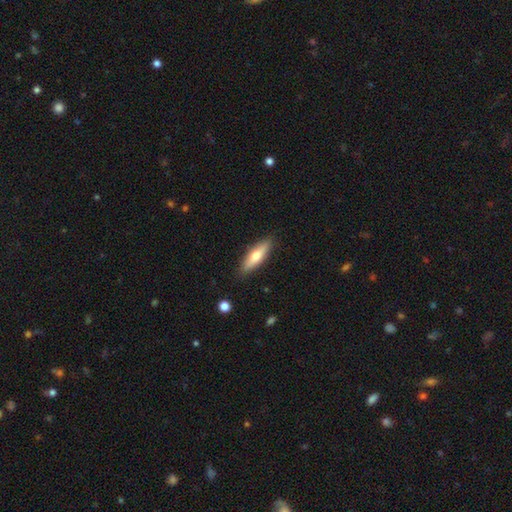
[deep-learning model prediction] Q: Smooth or featured?
A: smooth (57%); runner-up: featured or disk (37%)
Q: How rounded?
A: cigar-shaped (58%); runner-up: in between (40%)
Q: Merging?
A: none (87%); runner-up: minor disturbance (9%)